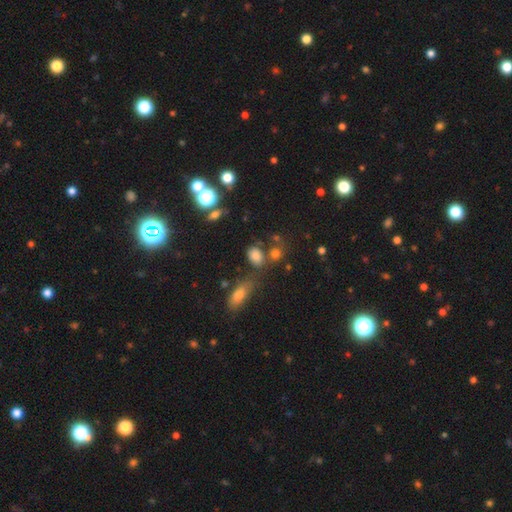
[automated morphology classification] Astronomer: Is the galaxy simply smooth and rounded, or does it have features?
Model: smooth — 78%.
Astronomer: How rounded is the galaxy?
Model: in between — 68%.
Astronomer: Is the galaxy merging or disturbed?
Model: none — 61%.